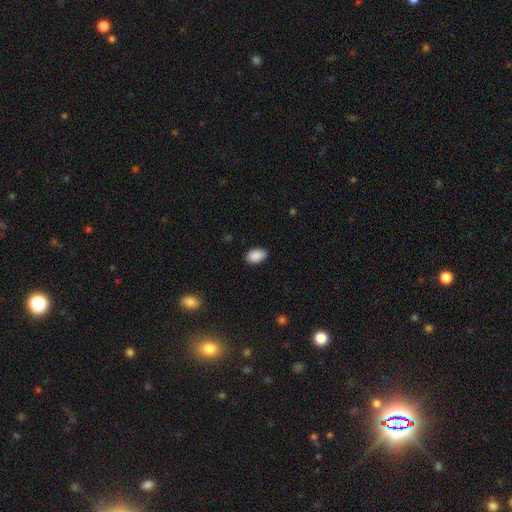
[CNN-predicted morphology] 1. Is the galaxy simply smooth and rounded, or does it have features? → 90% smooth, 7% star or artifact, 3% featured or disk.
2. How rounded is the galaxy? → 91% in between, 8% round, 1% cigar-shaped.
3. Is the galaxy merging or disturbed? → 87% none, 10% minor disturbance, 2% major disturbance, 1% merger.